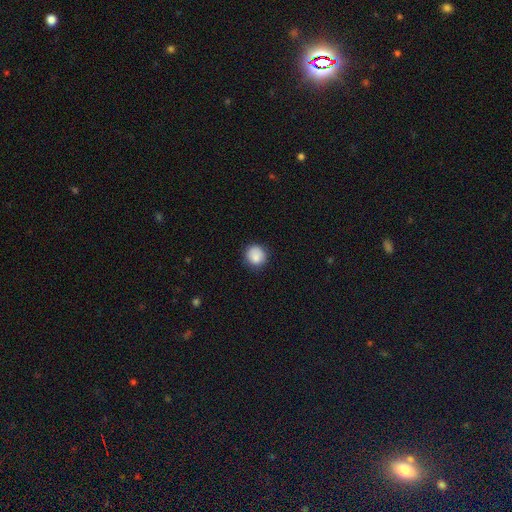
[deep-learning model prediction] A smooth galaxy with no disk features (88%) that is round (89%).

Vote fractions:
- Smooth or featured? smooth: 88% / star or artifact: 8% / featured or disk: 4%
- How rounded? round: 89% / in between: 10% / cigar-shaped: 1%
- Merging? none: 87% / minor disturbance: 10% / major disturbance: 2% / merger: 1%